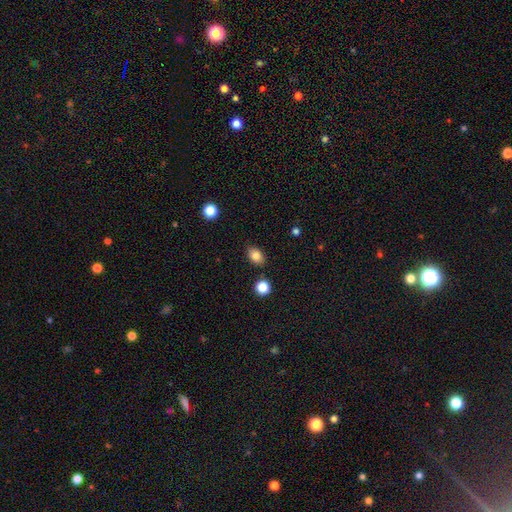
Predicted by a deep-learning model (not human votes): smooth_or_featured: smooth (p=0.83) [alt: star or artifact p=0.10]
how_rounded: in between (p=0.76) [alt: round p=0.23]
merging: none (p=0.84) [alt: minor disturbance p=0.10]